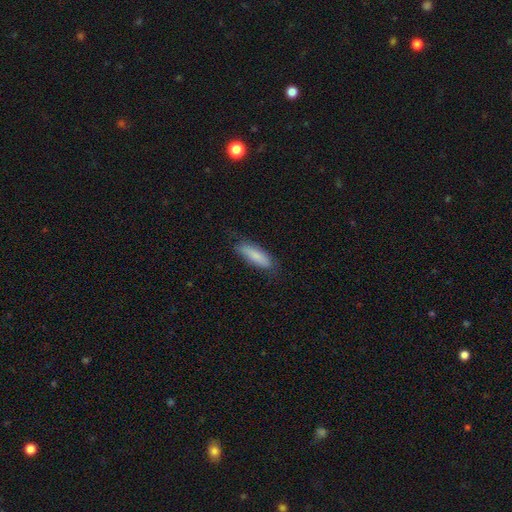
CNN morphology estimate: Overall: smooth (81%). How rounded: cigar-shaped (53%; in between 46%). Merging: none (75%).